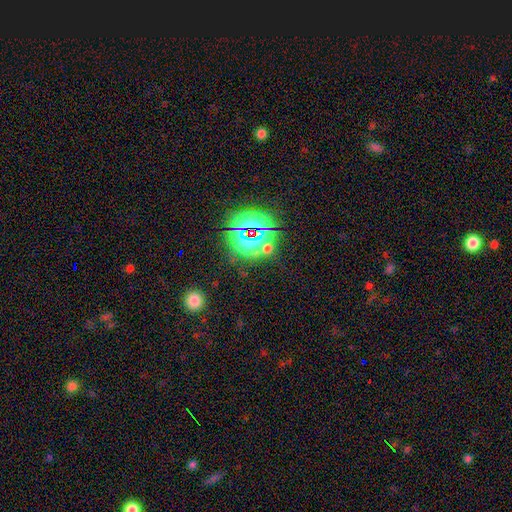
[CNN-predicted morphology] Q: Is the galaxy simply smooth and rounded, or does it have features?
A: star or artifact — 78%.